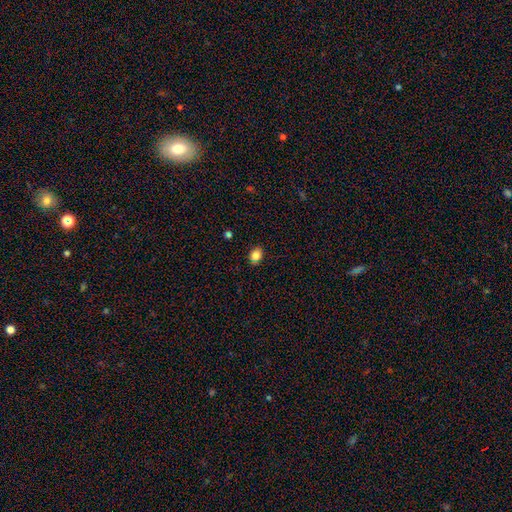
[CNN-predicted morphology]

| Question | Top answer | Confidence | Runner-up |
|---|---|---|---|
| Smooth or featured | smooth | 84% | star or artifact (10%) |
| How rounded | in between | 54% | round (45%) |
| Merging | none | 86% | minor disturbance (10%) |